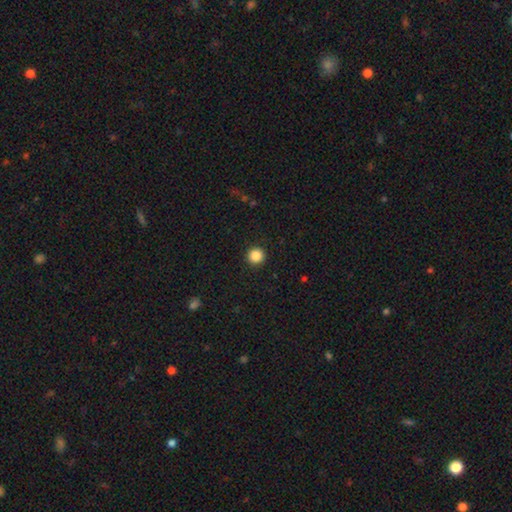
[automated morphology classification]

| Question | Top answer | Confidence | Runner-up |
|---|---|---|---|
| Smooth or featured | smooth | 86% | star or artifact (10%) |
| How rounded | round | 96% | in between (3%) |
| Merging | none | 93% | minor disturbance (4%) |